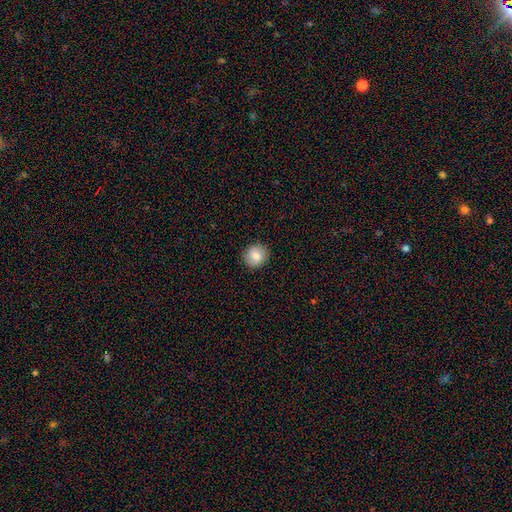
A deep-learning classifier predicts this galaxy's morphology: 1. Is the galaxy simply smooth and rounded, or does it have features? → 79% smooth, 12% featured or disk, 8% star or artifact.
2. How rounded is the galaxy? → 85% round, 14% in between, 1% cigar-shaped.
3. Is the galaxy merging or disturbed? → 89% none, 8% minor disturbance, 2% major disturbance, 1% merger.